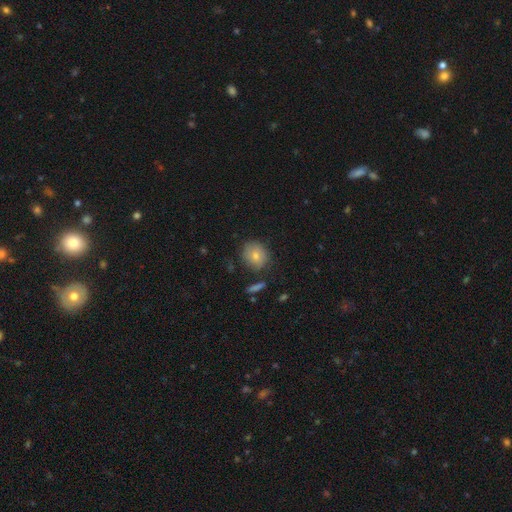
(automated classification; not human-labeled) Smooth or featured? Predicted: smooth (p=0.77). How rounded? Predicted: round (p=0.78). Merging? Predicted: none (p=0.75).